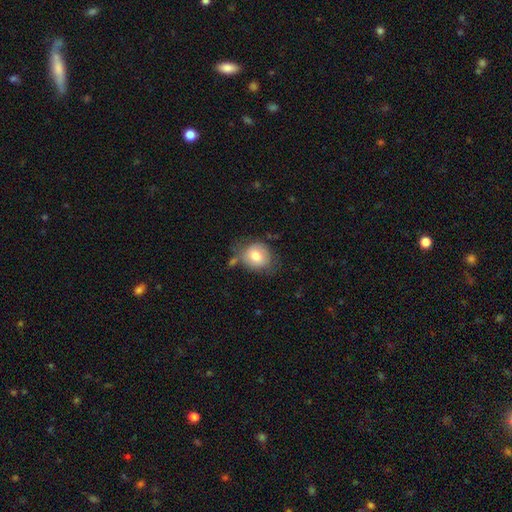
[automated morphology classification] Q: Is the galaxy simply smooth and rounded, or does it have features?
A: smooth — 75%.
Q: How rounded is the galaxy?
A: round — 68%.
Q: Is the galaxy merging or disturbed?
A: none — 60%.